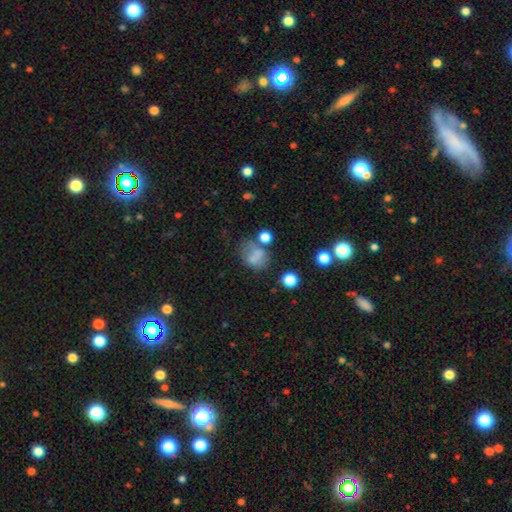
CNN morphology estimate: The model was most divided on "how rounded": in between: 53%, round: 46%, cigar-shaped: 1%. Remaining: smooth or featured — smooth (63%); merging — none (40%).